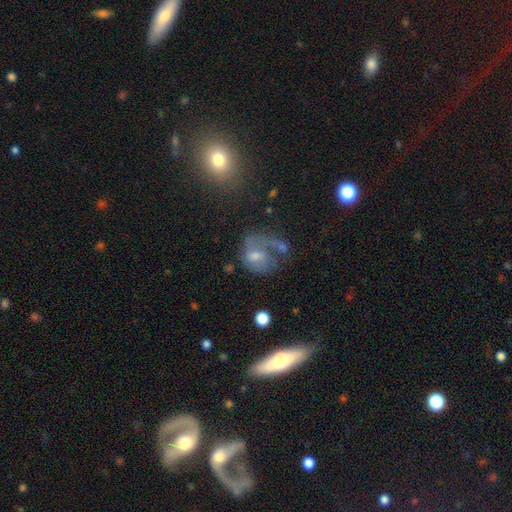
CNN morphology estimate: A featured or disk galaxy (57%) with no bar (60%), spiral arms (72%) and a moderate central bulge (47%).

Vote fractions:
- Smooth or featured? featured or disk: 57% / smooth: 29% / star or artifact: 15%
- Edge-on disk? no: 95% / yes: 5%
- Bar? no: 60% / weak: 33% / strong: 7%
- Spiral arms? yes: 72% / no: 28%
- Bulge size? moderate: 47% / small: 35% / none: 9% / large: 6% / dominant: 2%
- Merging? none: 38% / major disturbance: 31% / minor disturbance: 18% / merger: 13%